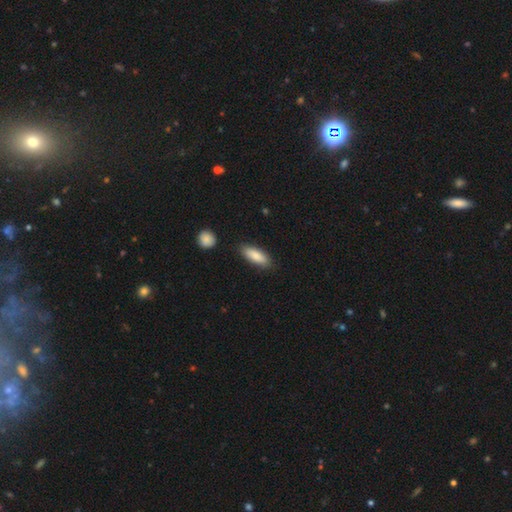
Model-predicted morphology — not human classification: smooth 84%, featured or disk 10%, star or artifact 6%. Down the decision tree: how rounded — in between (66%); merging — none (84%).